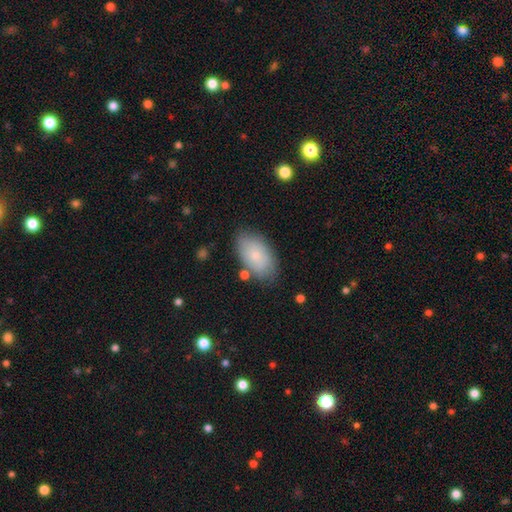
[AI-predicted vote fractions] Smooth or featured: smooth — 71% (featured or disk — 22%)
How rounded: in between — 94% (round — 5%)
Merging: none — 76% (minor disturbance — 16%)